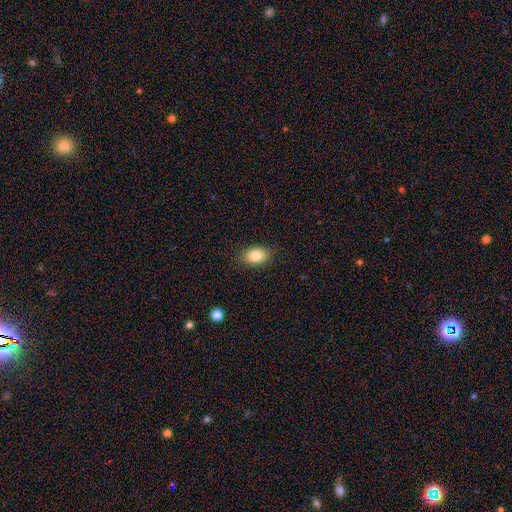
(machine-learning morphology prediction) smooth 83%, star or artifact 9%, featured or disk 8%. Down the decision tree: how rounded — in between (82%); merging — none (86%).